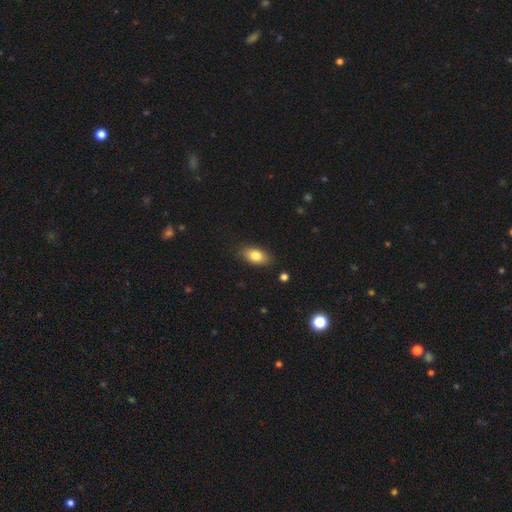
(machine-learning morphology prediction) type=smooth (82%); roundness=in between (90%); merging=none (85%).